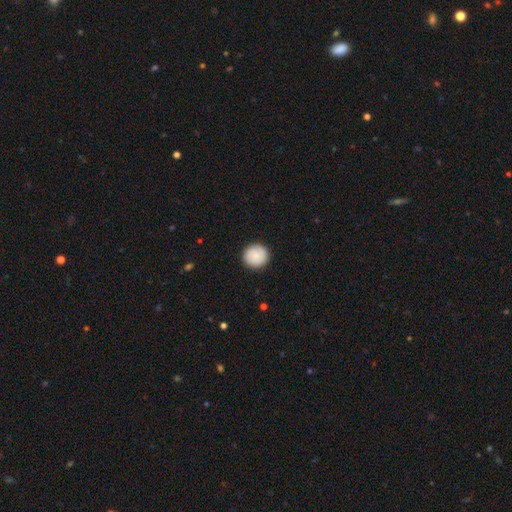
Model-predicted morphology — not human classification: The model was most divided on "smooth or featured": smooth: 83%, featured or disk: 11%, star or artifact: 6%. More confident: how rounded — round (93%); merging — none (90%).